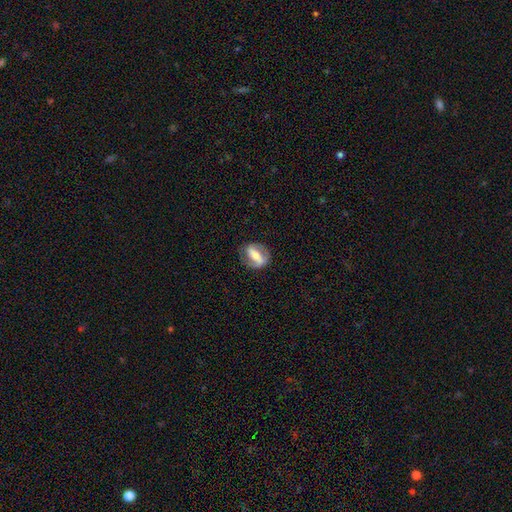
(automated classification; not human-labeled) A featured or disk galaxy (67%) with a strong bar (65%), spiral arms (71%) and a moderate central bulge (49%). Merging: none (75%).